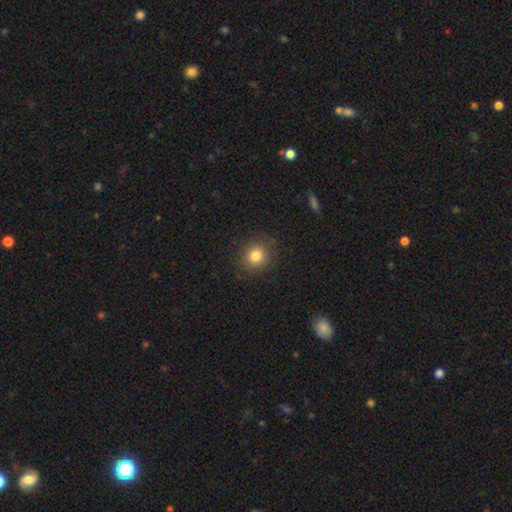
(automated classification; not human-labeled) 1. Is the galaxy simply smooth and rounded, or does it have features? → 82% smooth, 12% star or artifact, 6% featured or disk.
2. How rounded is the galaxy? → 85% round, 14% in between, 1% cigar-shaped.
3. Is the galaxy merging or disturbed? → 88% none, 8% minor disturbance, 3% major disturbance, 1% merger.